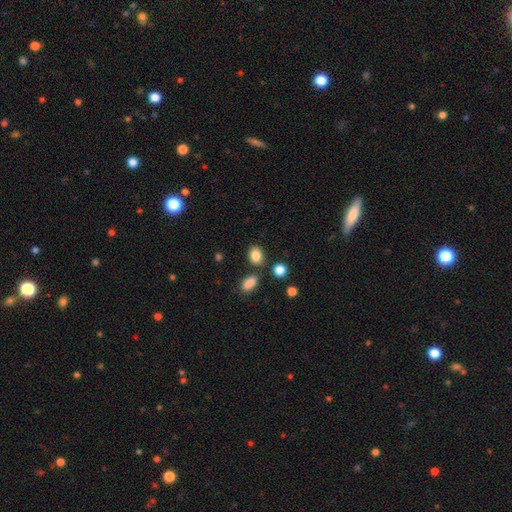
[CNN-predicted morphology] Overall: smooth (85%). How rounded: in between (69%). Merging: none (75%).